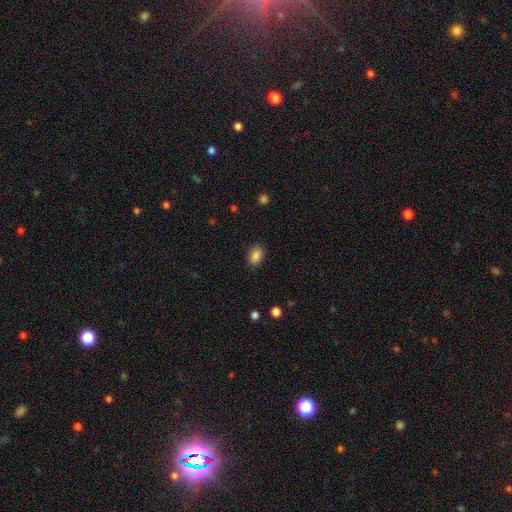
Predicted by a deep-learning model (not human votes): Smooth or featured?
  - smooth: 87% *
  - star or artifact: 9%
  - featured or disk: 5%
How rounded?
  - in between: 85% *
  - round: 13%
  - cigar-shaped: 1%
Merging?
  - none: 86% *
  - minor disturbance: 10%
  - major disturbance: 3%
  - merger: 1%